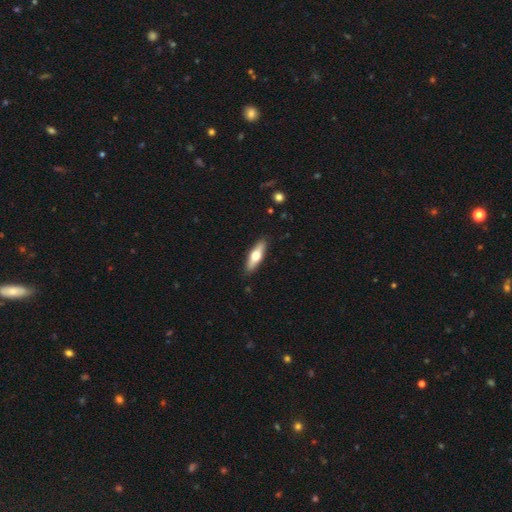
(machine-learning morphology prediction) smooth-or-featured: smooth: 55% | featured or disk: 40% | star or artifact: 5%
  how-rounded: cigar-shaped: 56% | in between: 42% | round: 2%
  merging: none: 88% | minor disturbance: 9% | major disturbance: 2% | merger: 1%